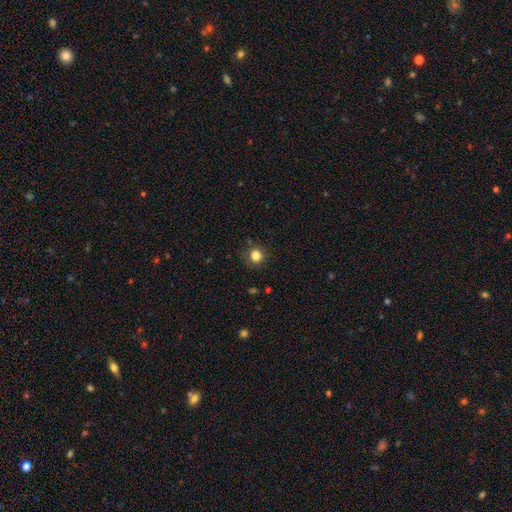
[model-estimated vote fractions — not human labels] Smooth or featured? Predicted: smooth (p=0.82). How rounded? Predicted: round (p=0.85). Merging? Predicted: none (p=0.85).